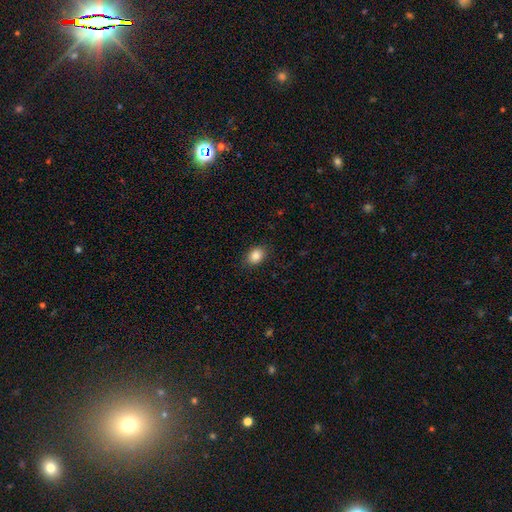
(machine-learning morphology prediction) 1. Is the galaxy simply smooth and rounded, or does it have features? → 86% smooth, 9% star or artifact, 5% featured or disk.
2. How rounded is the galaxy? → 70% in between, 28% round, 1% cigar-shaped.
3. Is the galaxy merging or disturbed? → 87% none, 10% minor disturbance, 2% major disturbance, 1% merger.